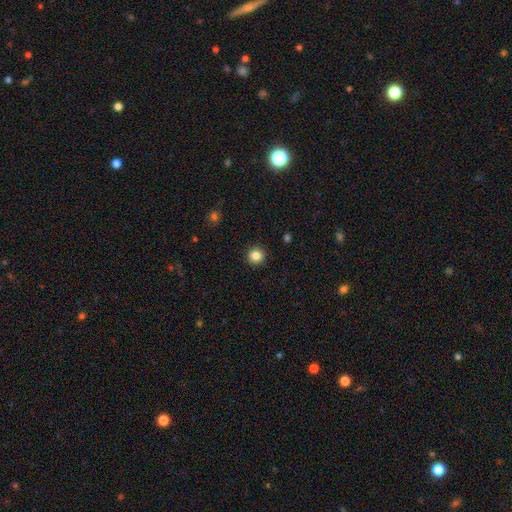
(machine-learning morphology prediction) type=smooth (85%); roundness=round (94%); merging=none (92%).